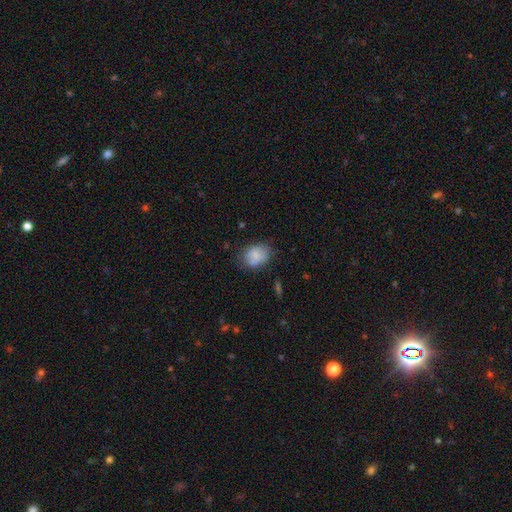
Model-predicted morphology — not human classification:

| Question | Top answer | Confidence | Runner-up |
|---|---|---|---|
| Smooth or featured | smooth | 76% | featured or disk (16%) |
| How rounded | in between | 62% | round (37%) |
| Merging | none | 67% | minor disturbance (23%) |